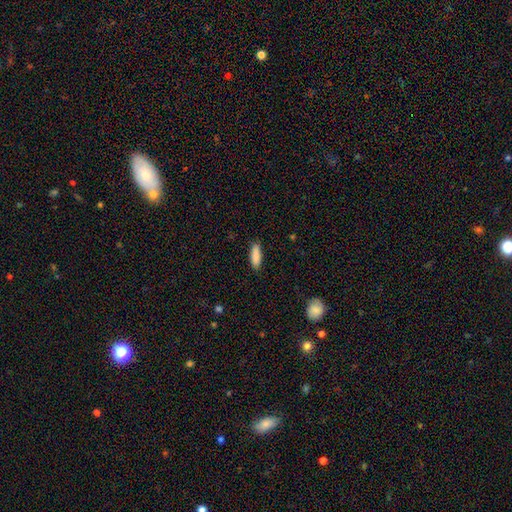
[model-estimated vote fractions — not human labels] A smooth galaxy with no disk features (88%) that is cigar-shaped (53%). Merging: none (86%).